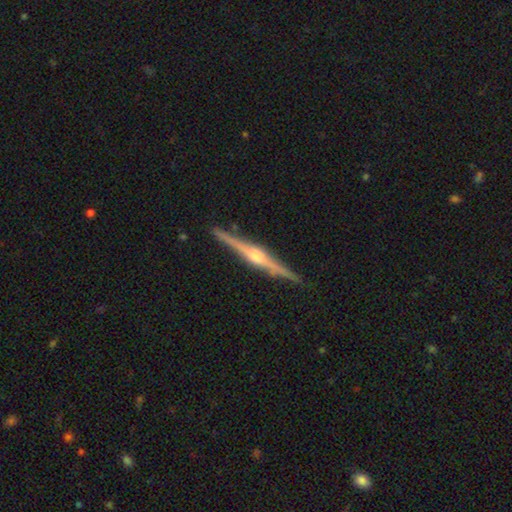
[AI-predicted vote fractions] smooth_or_featured: featured or disk (p=0.84) [alt: smooth p=0.11]
disk_edge_on: yes (p=0.98) [alt: no p=0.02]
edge_on_bulge: rounded (p=0.89) [alt: boxy p=0.06]
merging: none (p=0.90) [alt: minor disturbance p=0.07]